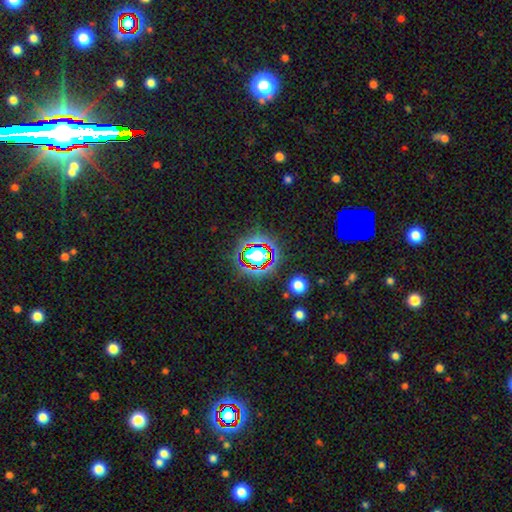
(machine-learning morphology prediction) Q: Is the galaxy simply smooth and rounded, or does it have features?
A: star or artifact — 60%.